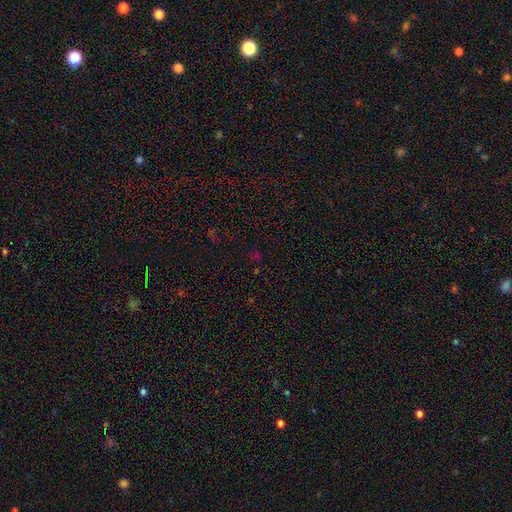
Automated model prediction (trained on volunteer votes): The model was most divided on "smooth or featured": star or artifact: 62%, smooth: 31%, featured or disk: 8%.